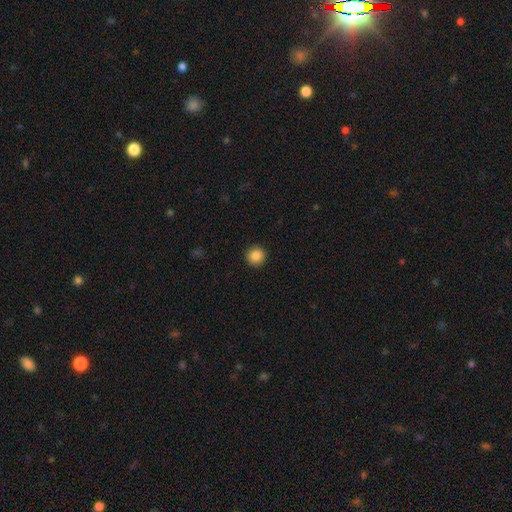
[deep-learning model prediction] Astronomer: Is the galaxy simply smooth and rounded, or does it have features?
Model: smooth — 87%.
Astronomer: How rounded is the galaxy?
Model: round — 95%.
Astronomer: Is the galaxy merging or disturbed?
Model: none — 93%.